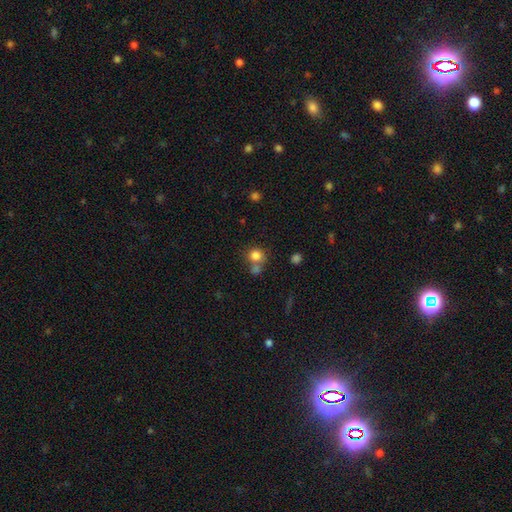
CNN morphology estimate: smooth 80%, star or artifact 12%, featured or disk 8%. Down the decision tree: how rounded — round (88%); merging — none (53%).